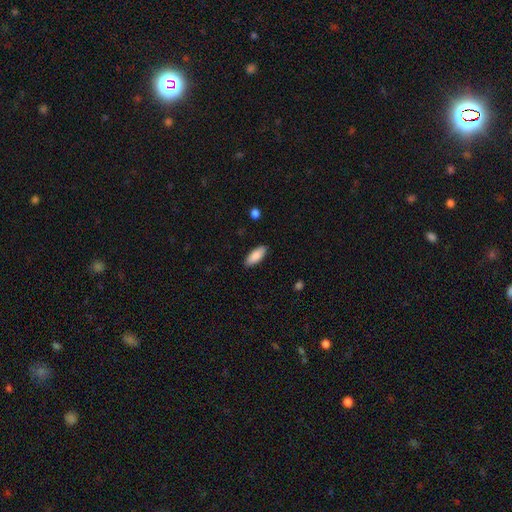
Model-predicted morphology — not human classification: smooth_or_featured: smooth (p=0.88) [alt: featured or disk p=0.07]
how_rounded: in between (p=0.80) [alt: cigar-shaped p=0.19]
merging: none (p=0.88) [alt: minor disturbance p=0.09]